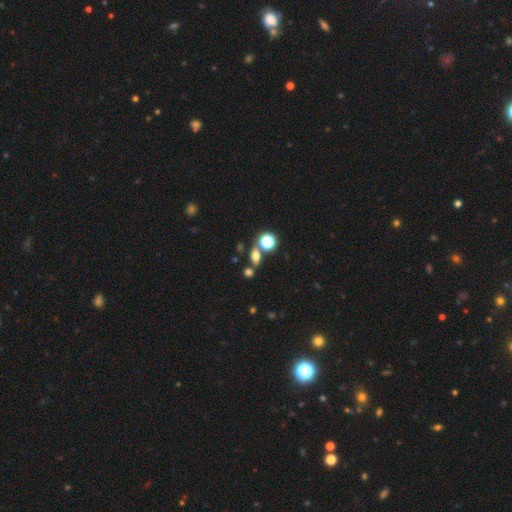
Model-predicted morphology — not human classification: smooth_or_featured: smooth (p=0.63) [alt: star or artifact p=0.20]
how_rounded: in between (p=0.65) [alt: round p=0.25]
merging: none (p=0.70) [alt: merger p=0.17]